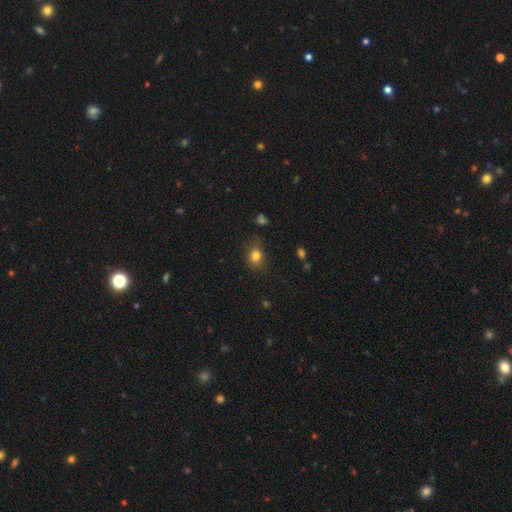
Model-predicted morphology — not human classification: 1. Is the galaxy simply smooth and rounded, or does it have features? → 82% smooth, 12% star or artifact, 6% featured or disk.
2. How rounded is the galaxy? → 50% round, 49% in between, 1% cigar-shaped.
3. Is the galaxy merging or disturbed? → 76% none, 17% minor disturbance, 5% major disturbance, 2% merger.